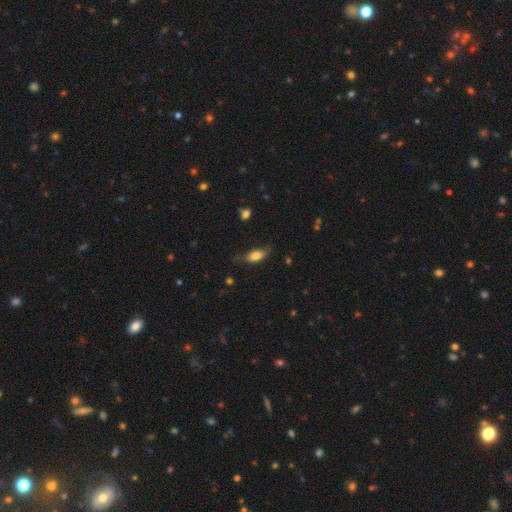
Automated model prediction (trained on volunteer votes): Smooth or featured?
  - smooth: 75% *
  - featured or disk: 17%
  - star or artifact: 8%
How rounded?
  - in between: 78% *
  - cigar-shaped: 18%
  - round: 4%
Merging?
  - none: 65% *
  - minor disturbance: 26%
  - major disturbance: 7%
  - merger: 2%